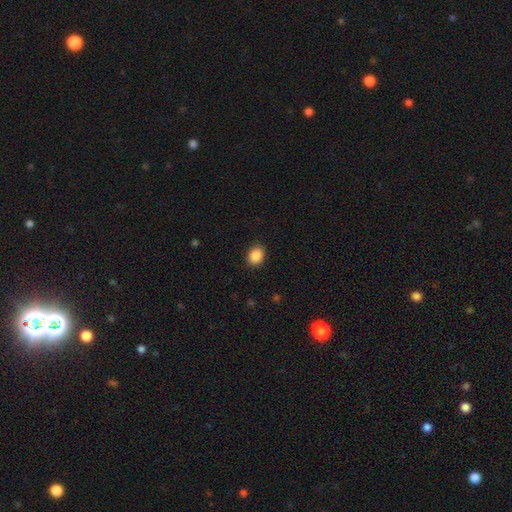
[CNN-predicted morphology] Smooth or featured?
  - smooth: 88% *
  - star or artifact: 9%
  - featured or disk: 3%
How rounded?
  - round: 53% *
  - in between: 46%
  - cigar-shaped: 1%
Merging?
  - none: 88% *
  - minor disturbance: 9%
  - major disturbance: 2%
  - merger: 1%